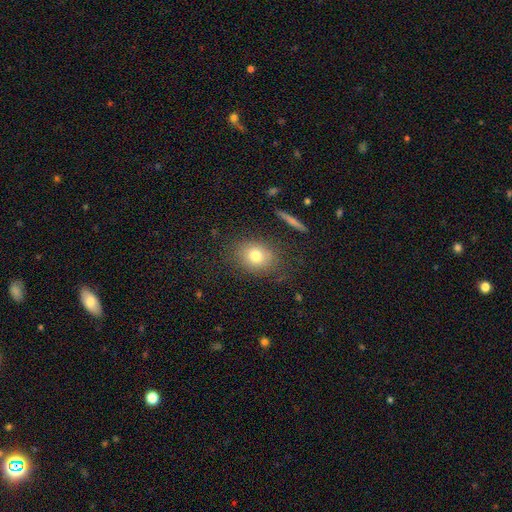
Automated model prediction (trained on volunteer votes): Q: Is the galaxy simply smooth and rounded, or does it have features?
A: smooth — 76%.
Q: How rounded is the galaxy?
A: in between — 51%.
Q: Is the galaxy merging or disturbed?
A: none — 79%.